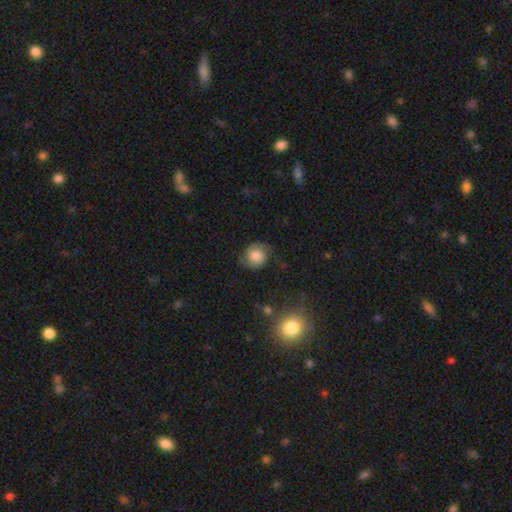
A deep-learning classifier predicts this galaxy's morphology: smooth-or-featured: smooth: 59% | featured or disk: 32% | star or artifact: 9%
  how-rounded: round: 82% | in between: 17% | cigar-shaped: 1%
  merging: none: 69% | minor disturbance: 21% | major disturbance: 8% | merger: 2%